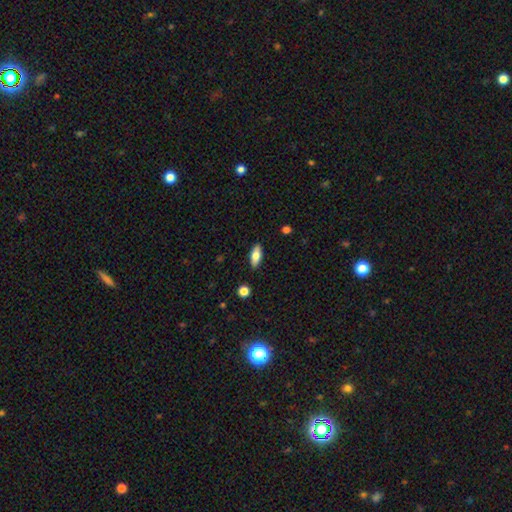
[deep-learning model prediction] Smooth or featured? smooth (71%)
How rounded? in between (75%)
Merging? none (89%)